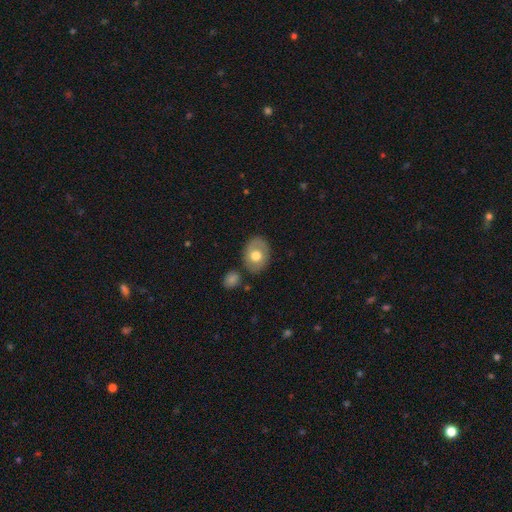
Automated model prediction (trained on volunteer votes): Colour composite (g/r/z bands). It shows a smooth galaxy with no disk features (61%) that is in between round and cigar-shaped (62%). Merging: none (79%).